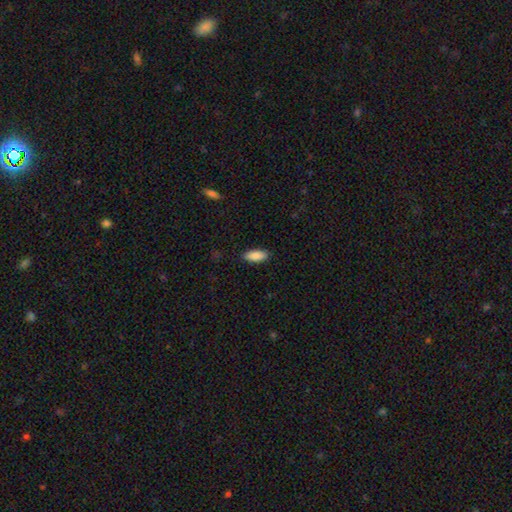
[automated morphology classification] This appears to be a smooth galaxy with no disk features (88%) that is in between round and cigar-shaped (82%). Merging: none (89%).